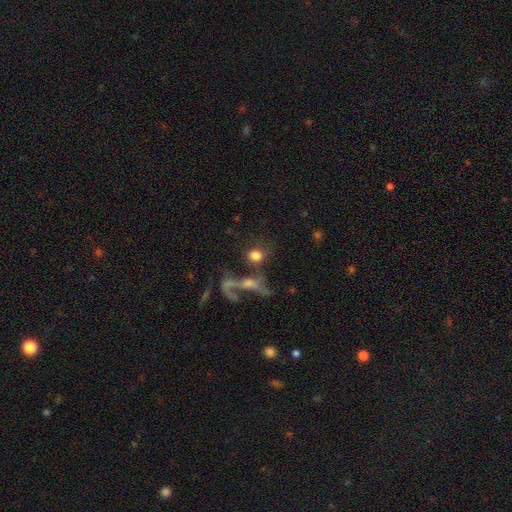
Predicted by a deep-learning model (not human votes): Smooth or featured? Predicted: smooth (p=0.69). How rounded? Predicted: round (p=0.72). Merging? Predicted: none (p=0.43).